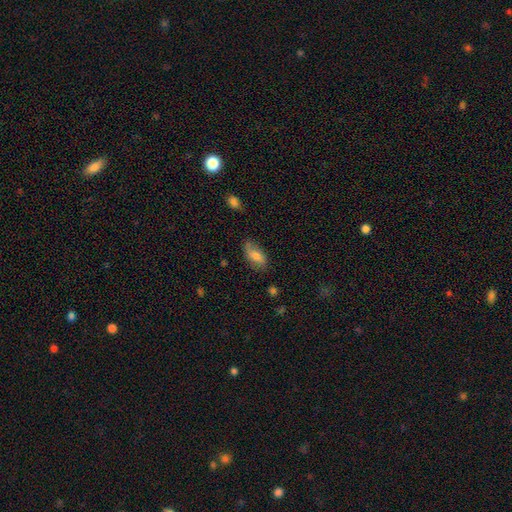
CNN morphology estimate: type=smooth (64%); roundness=in between (88%); merging=none (69%).